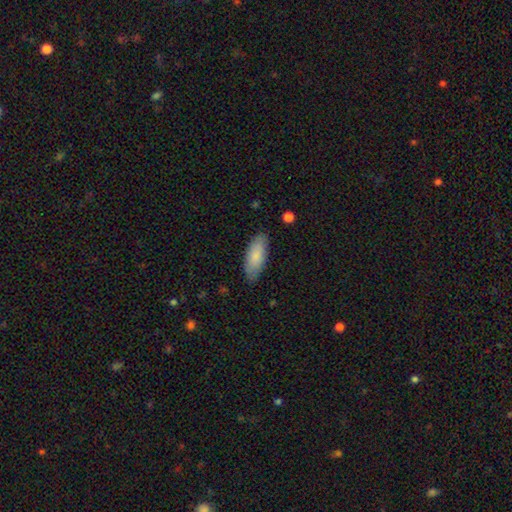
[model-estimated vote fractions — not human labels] Morphology: type=smooth (84%); roundness=in between (76%); merging=none (84%).